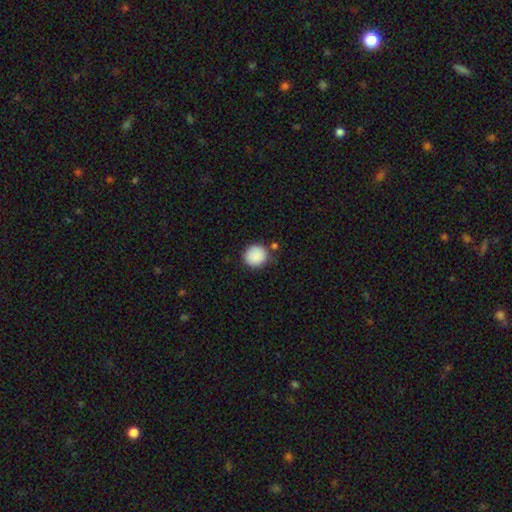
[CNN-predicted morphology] A smooth galaxy with no disk features (89%) that is round (89%). Merging: none (77%).